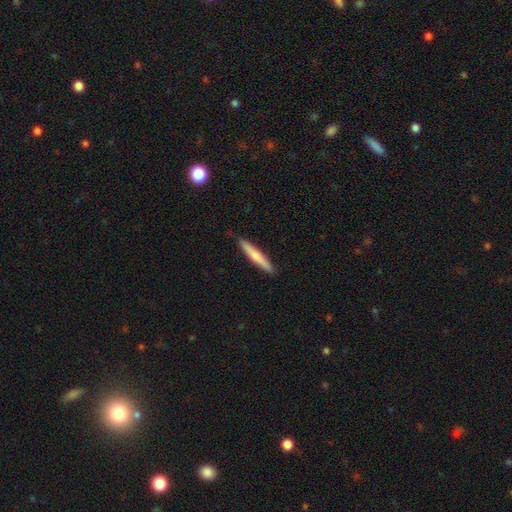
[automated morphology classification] smooth_or_featured: smooth (p=0.66) [alt: featured or disk p=0.29]
how_rounded: cigar-shaped (p=0.94) [alt: in between p=0.05]
merging: none (p=0.90) [alt: minor disturbance p=0.08]